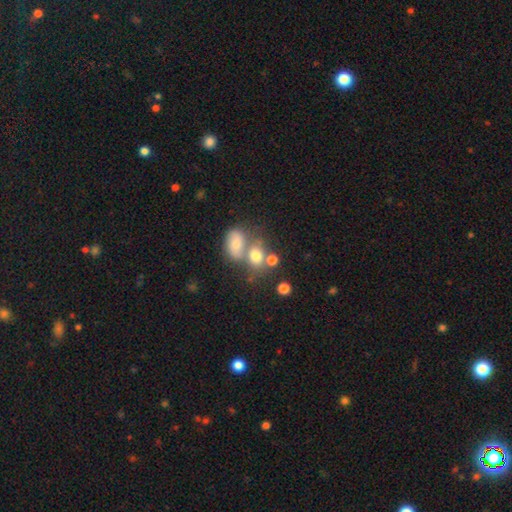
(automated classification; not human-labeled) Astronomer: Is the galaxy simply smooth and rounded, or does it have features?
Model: smooth — 72%.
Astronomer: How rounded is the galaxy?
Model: in between — 49%, tied with round at 49%.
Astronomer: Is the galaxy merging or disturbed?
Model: merger — 47% (runner-up: none, 36%).